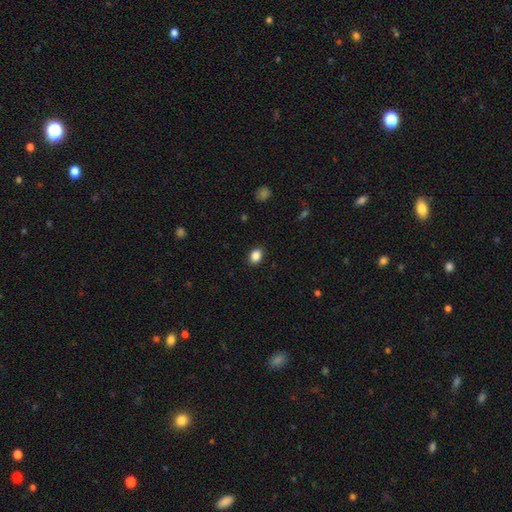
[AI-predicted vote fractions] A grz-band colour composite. It shows a smooth galaxy with no disk features (87%) that is in between round and cigar-shaped (66%). Merging: none (88%).